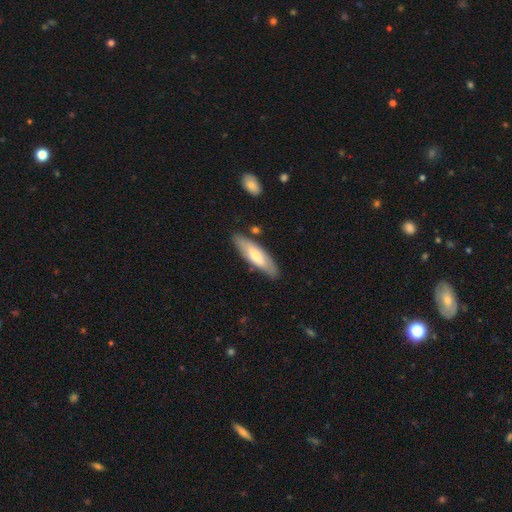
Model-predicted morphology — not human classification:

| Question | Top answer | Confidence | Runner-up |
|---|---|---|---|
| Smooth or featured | smooth | 58% | featured or disk (36%) |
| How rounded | cigar-shaped | 58% | in between (41%) |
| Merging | none | 82% | minor disturbance (13%) |